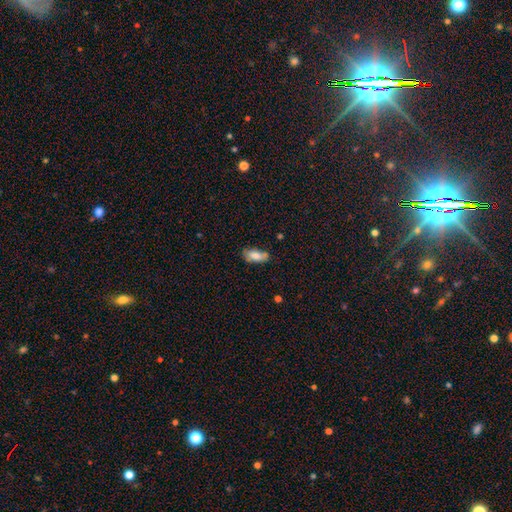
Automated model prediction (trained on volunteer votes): Q: Smooth or featured?
A: smooth (77%); runner-up: featured or disk (16%)
Q: How rounded?
A: in between (84%); runner-up: cigar-shaped (13%)
Q: Merging?
A: none (60%); runner-up: minor disturbance (28%)